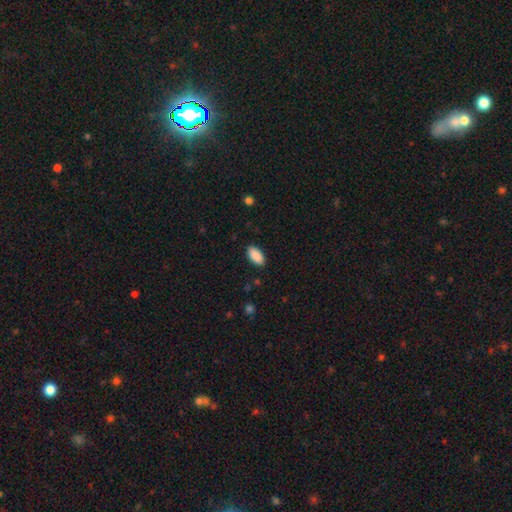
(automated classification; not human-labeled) Smooth or featured? smooth (90%)
How rounded? in between (95%)
Merging? none (88%)